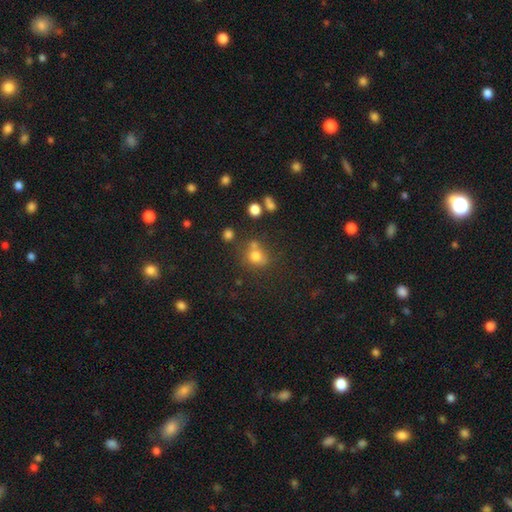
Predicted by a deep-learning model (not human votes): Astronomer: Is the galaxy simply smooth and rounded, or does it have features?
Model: smooth — 71%.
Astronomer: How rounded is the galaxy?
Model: round — 72%.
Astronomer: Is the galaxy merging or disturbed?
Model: none — 56%.